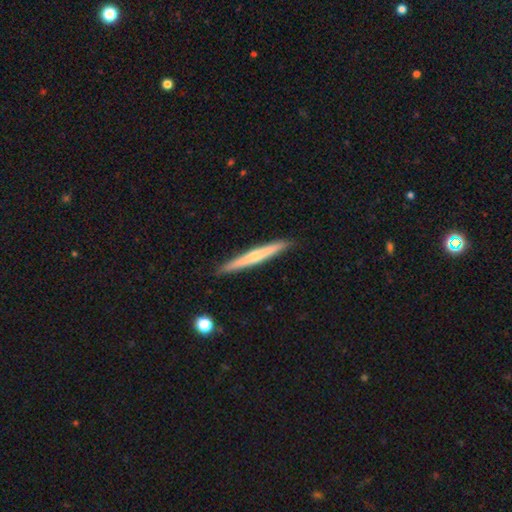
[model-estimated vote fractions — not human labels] Q: Smooth or featured?
A: featured or disk (49%); runner-up: smooth (46%)
Q: Merging?
A: none (91%); runner-up: minor disturbance (7%)